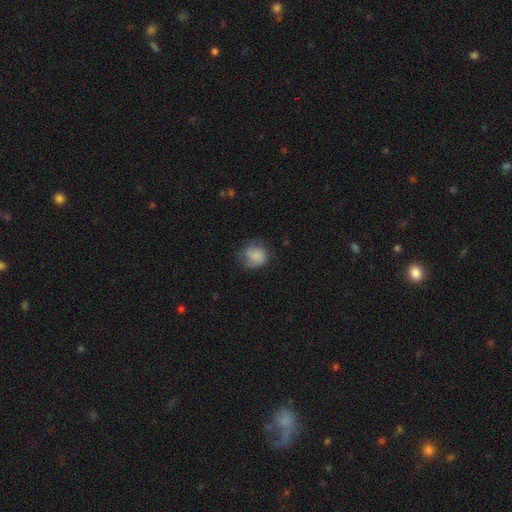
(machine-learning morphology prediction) Overall: smooth (72%). How rounded: round (73%). Merging: none (57%; minor disturbance 27%).